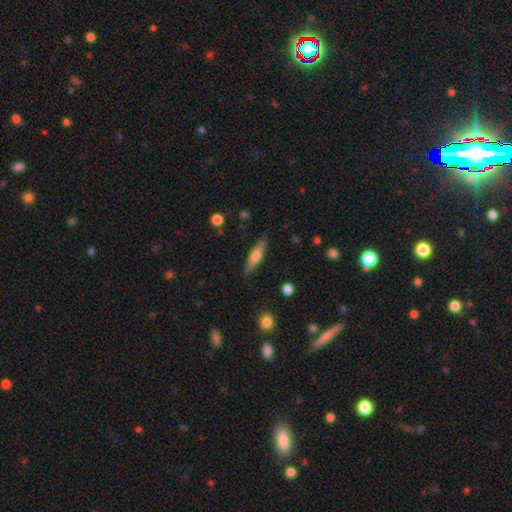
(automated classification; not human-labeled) Smooth or featured: smooth — 50% (featured or disk — 44%)
Merging: none — 87% (minor disturbance — 10%)